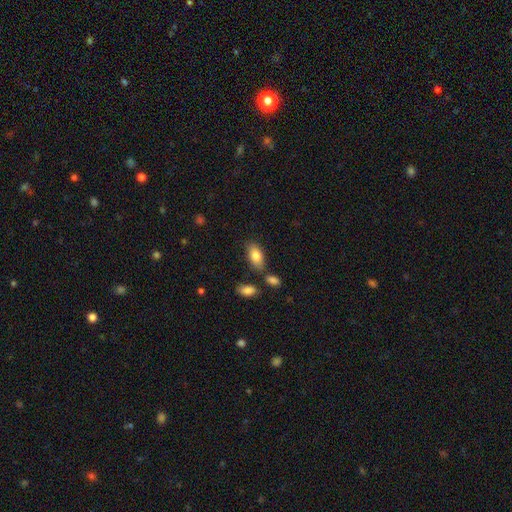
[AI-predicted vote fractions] This appears to be a smooth galaxy with no disk features (82%) that is in between round and cigar-shaped (91%). Merging: none (72%).